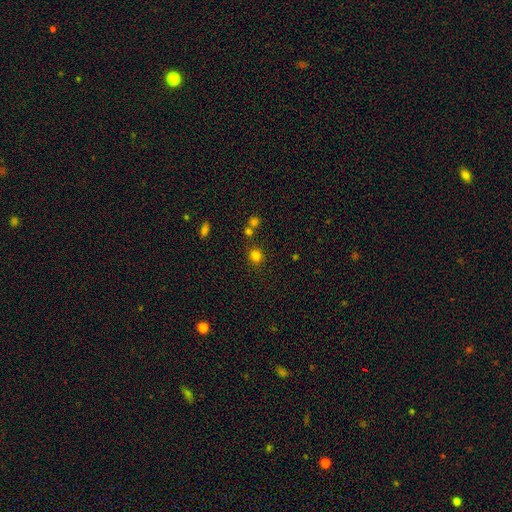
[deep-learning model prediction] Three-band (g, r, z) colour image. It shows a smooth galaxy with no disk features (79%) that is round (87%). Merging: none (80%).